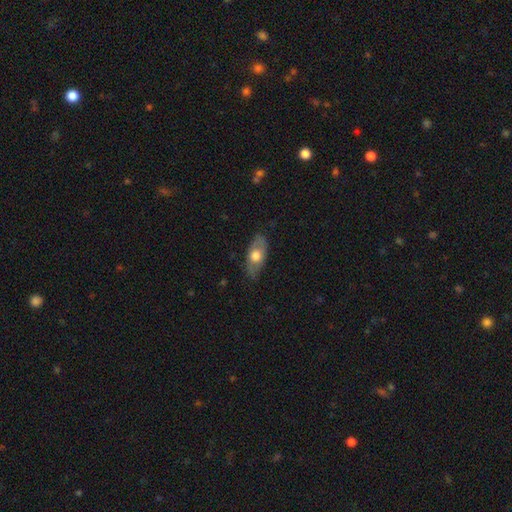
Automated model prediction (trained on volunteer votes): Morphology: type=smooth (56%); roundness=in between (85%); merging=none (76%).